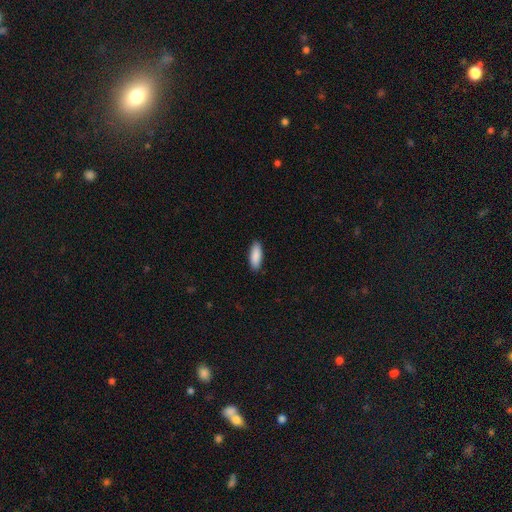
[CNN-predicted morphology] Overall: smooth (90%). How rounded: in between (71%). Merging: none (89%).